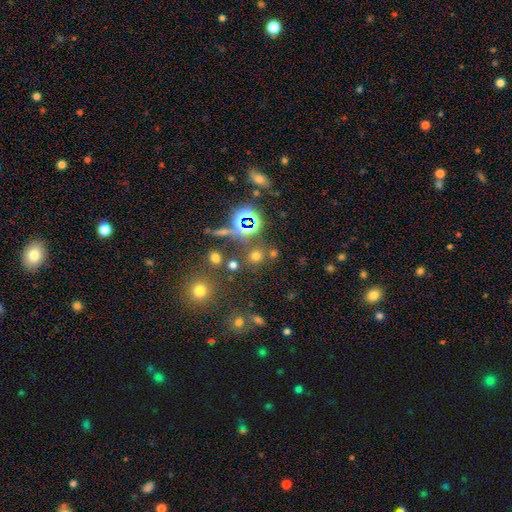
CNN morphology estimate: This is possibly a smooth galaxy (57%). How rounded: clearly round (87%). Merging: likely none (76%).